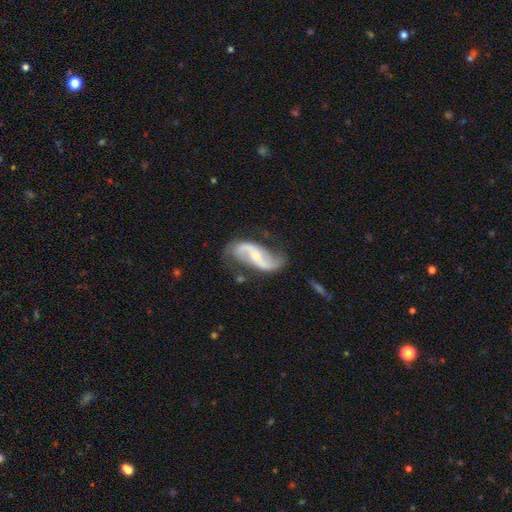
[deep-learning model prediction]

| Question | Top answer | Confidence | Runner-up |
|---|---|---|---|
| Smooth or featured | featured or disk | 87% | smooth (8%) |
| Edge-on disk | no | 96% | yes (4%) |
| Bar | weak | 34% | tied: strong (34%) |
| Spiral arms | yes | 95% | no (5%) |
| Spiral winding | loose | 73% | medium (20%) |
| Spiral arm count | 2 | 93% | can't tell (2%) |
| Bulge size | small | 58% | moderate (37%) |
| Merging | none | 69% | minor disturbance (19%) |